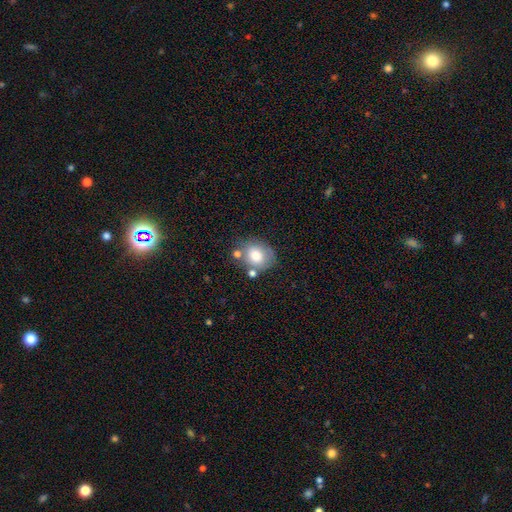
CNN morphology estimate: Q: Smooth or featured?
A: smooth (76%); runner-up: featured or disk (15%)
Q: How rounded?
A: round (57%); runner-up: in between (42%)
Q: Merging?
A: none (60%); runner-up: minor disturbance (20%)